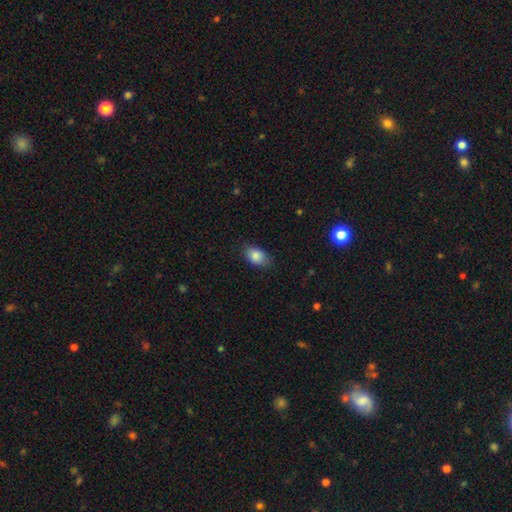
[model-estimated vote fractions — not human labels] Smooth or featured? smooth (87%)
How rounded? in between (83%)
Merging? none (78%)